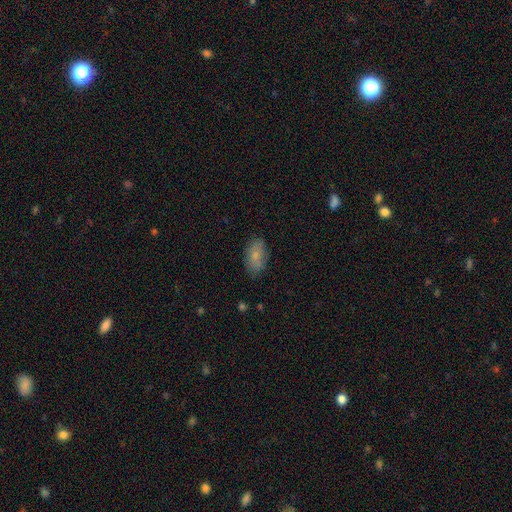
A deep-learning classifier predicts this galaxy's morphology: type=smooth (80%); roundness=in between (92%); merging=none (82%).